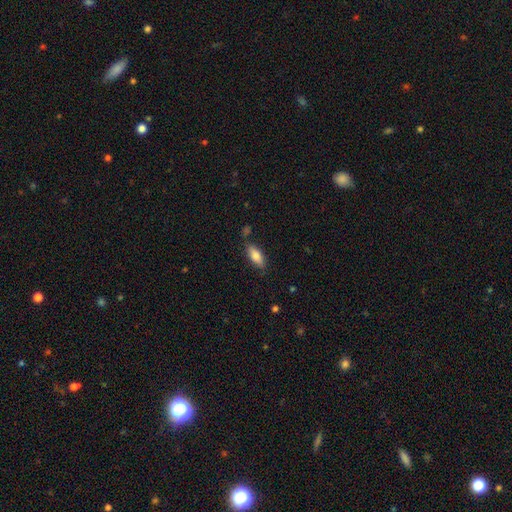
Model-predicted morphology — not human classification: The model was most divided on "how rounded": in between: 73%, cigar-shaped: 25%, round: 2%. More confident: smooth or featured — smooth (78%); merging — none (77%).